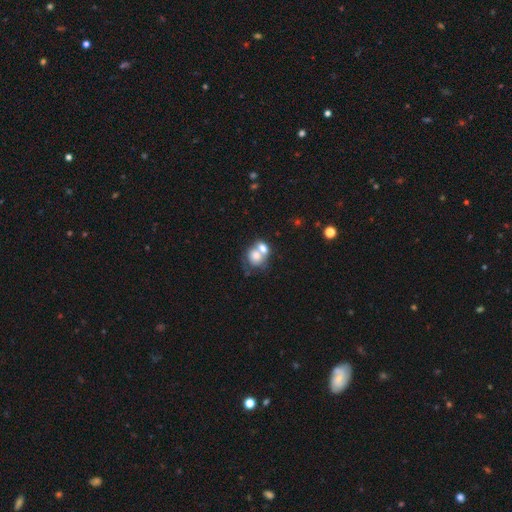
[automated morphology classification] A smooth galaxy with no disk features (69%) that is round (61%).

Vote fractions:
- Smooth or featured? smooth: 69% / featured or disk: 22% / star or artifact: 9%
- How rounded? round: 61% / in between: 38% / cigar-shaped: 1%
- Merging? merger: 63% / none: 23% / minor disturbance: 8% / major disturbance: 5%